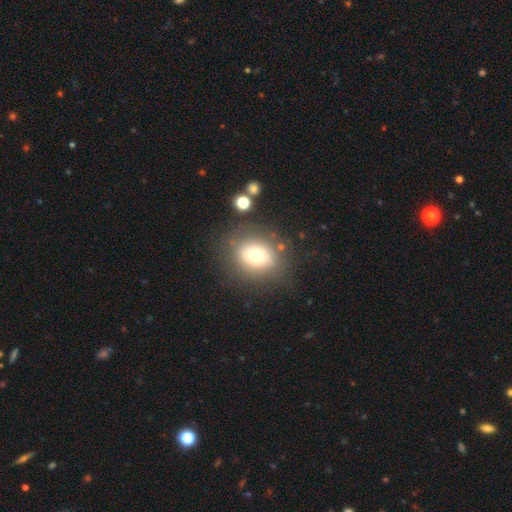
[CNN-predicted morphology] This appears to be a smooth galaxy with no disk features (69%) that is round (62%). Merging: none (76%).